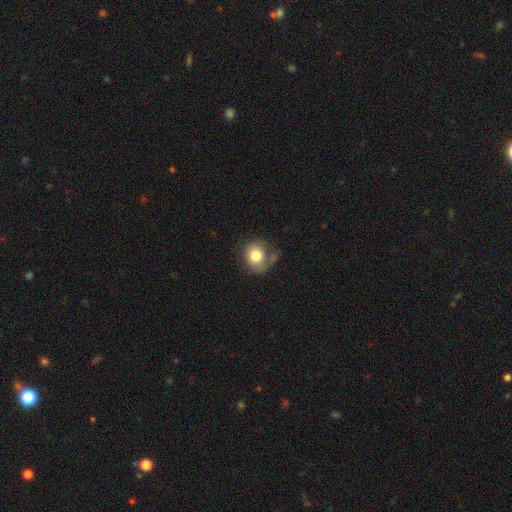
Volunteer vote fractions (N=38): smooth-or-featured: smooth: 76% | featured or disk: 18% | star or artifact: 5%
  how-rounded: in between: 59% | round: 41% | cigar-shaped: 0%
  merging: minor disturbance: 36% | none: 33% | major disturbance: 25% | merger: 6%